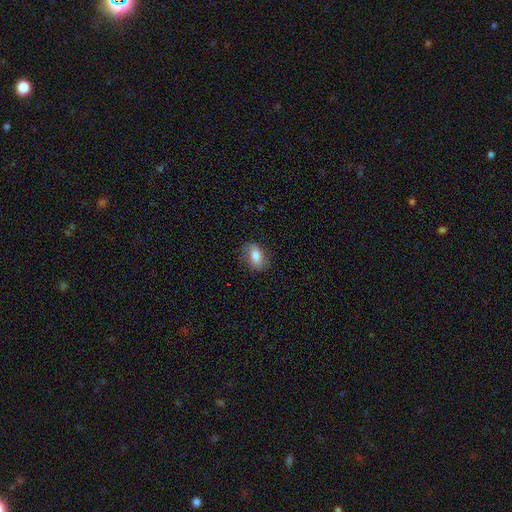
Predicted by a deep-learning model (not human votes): Morphology: type=smooth (78%); roundness=in between (83%); merging=none (78%).